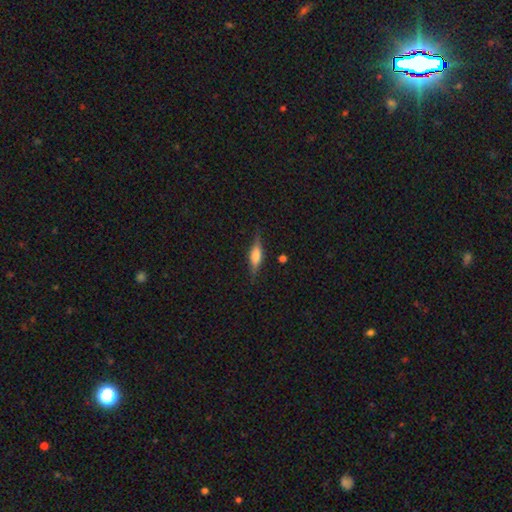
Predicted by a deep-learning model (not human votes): featured or disk 51%, smooth 42%, star or artifact 8%. Down the decision tree: edge-on disk — yes (93%); merging — none (83%).